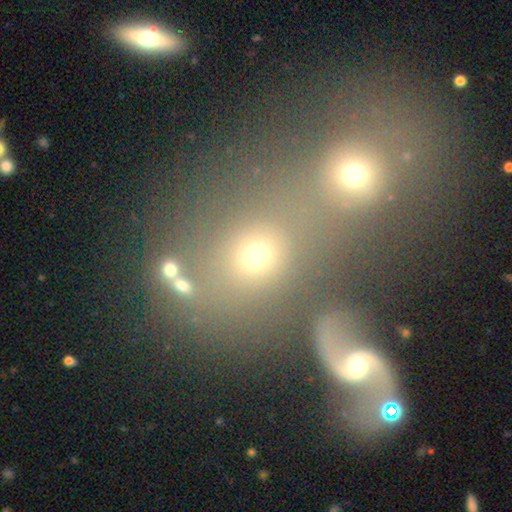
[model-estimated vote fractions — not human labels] The model was most divided on "merging": none: 52%, merger: 31%, minor disturbance: 10%, major disturbance: 6%. More confident: how rounded — round (65%); smooth or featured — smooth (57%).